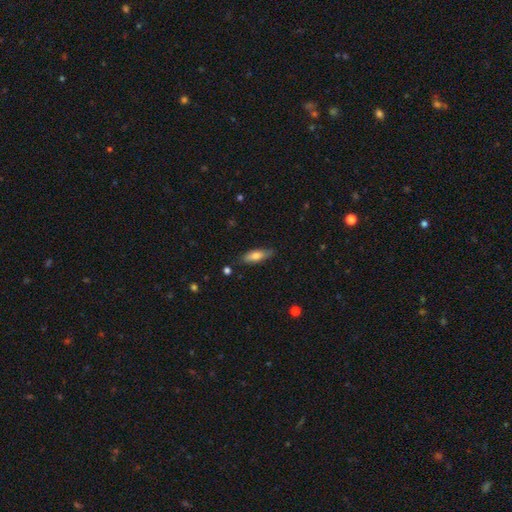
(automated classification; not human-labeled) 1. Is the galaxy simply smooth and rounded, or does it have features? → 72% smooth, 22% featured or disk, 7% star or artifact.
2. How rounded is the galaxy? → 56% in between, 42% cigar-shaped, 2% round.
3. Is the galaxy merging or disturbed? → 82% none, 14% minor disturbance, 2% major disturbance, 2% merger.